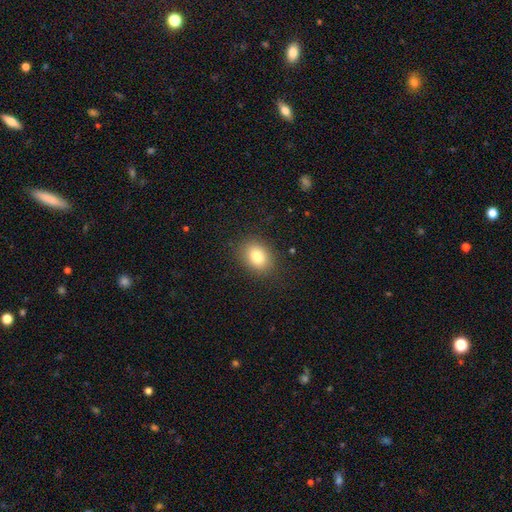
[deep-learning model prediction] smooth_or_featured: smooth (p=0.80) [alt: star or artifact p=0.11]
how_rounded: in between (p=0.59) [alt: round p=0.40]
merging: none (p=0.87) [alt: minor disturbance p=0.09]